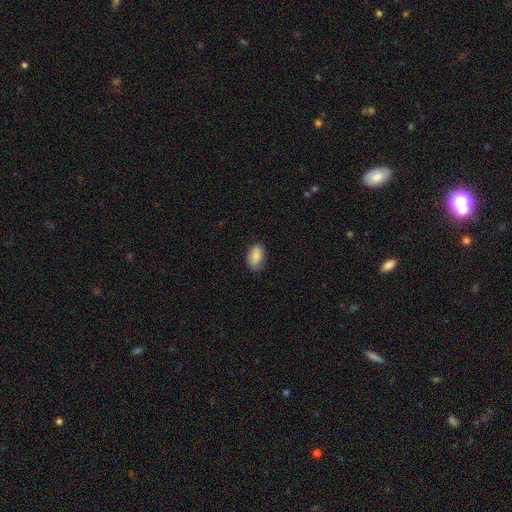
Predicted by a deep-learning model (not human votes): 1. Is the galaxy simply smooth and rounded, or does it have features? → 85% smooth, 8% featured or disk, 7% star or artifact.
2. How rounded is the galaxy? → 90% in between, 8% round, 2% cigar-shaped.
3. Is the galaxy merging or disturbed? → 78% none, 18% minor disturbance, 3% major disturbance, 1% merger.